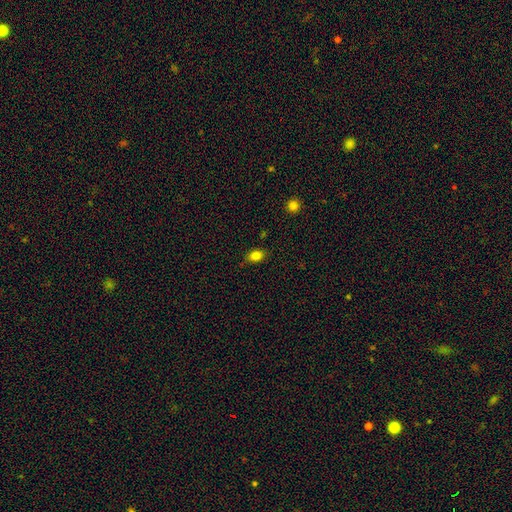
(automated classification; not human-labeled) A smooth galaxy with no disk features (83%) that is in between round and cigar-shaped (72%).

Vote fractions:
- Smooth or featured? smooth: 83% / star or artifact: 11% / featured or disk: 5%
- How rounded? in between: 72% / round: 26% / cigar-shaped: 2%
- Merging? none: 80% / minor disturbance: 15% / major disturbance: 3% / merger: 2%